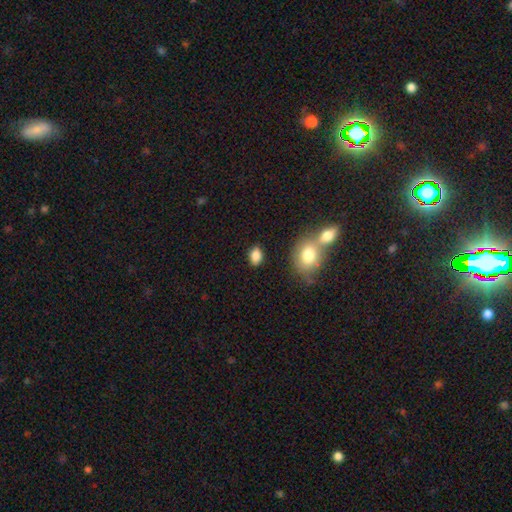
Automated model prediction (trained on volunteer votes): This is clearly a smooth galaxy (85%). How rounded: clearly in between (80%). Merging: likely none (79%).